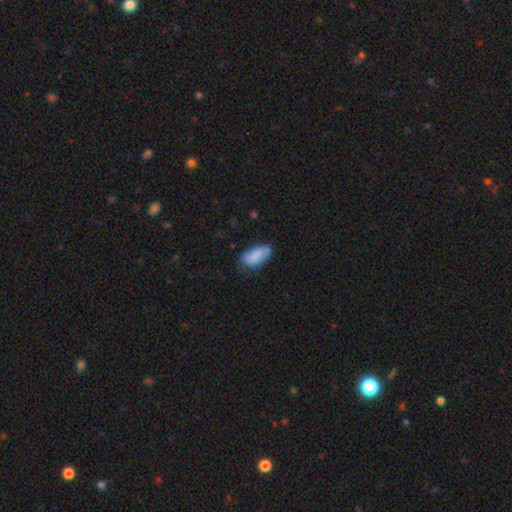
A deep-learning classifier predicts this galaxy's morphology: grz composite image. It shows a smooth galaxy with no disk features (81%) that is in between round and cigar-shaped (91%). Merging: none (61%).